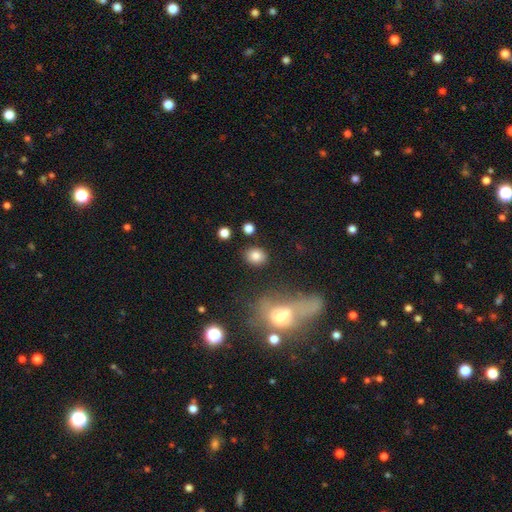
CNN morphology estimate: Overall: smooth (83%). How rounded: round (65%; in between 34%). Merging: none (83%).